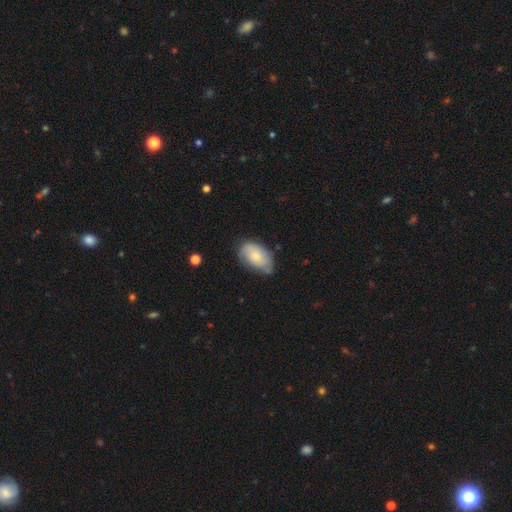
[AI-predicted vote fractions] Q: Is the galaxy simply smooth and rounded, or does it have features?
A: smooth — 65%.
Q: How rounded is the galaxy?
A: in between — 92%.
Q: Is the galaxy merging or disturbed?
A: none — 56%.